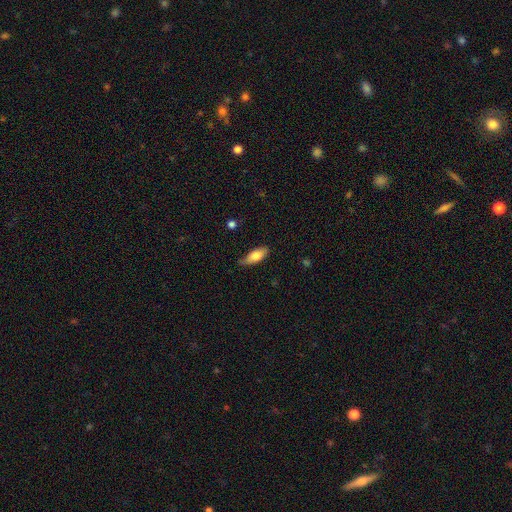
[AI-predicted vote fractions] smooth-or-featured: smooth: 75% | featured or disk: 19% | star or artifact: 6%
  how-rounded: in between: 76% | cigar-shaped: 22% | round: 2%
  merging: none: 68% | minor disturbance: 26% | major disturbance: 4% | merger: 2%